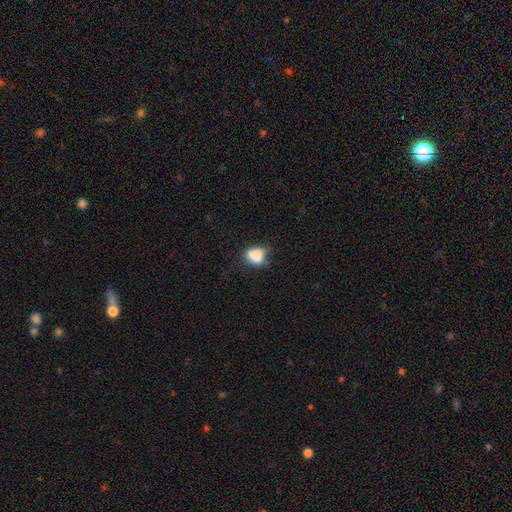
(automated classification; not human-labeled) smooth 80%, featured or disk 10%, star or artifact 9%. Down the decision tree: how rounded — in between (57%); merging — none (45%).